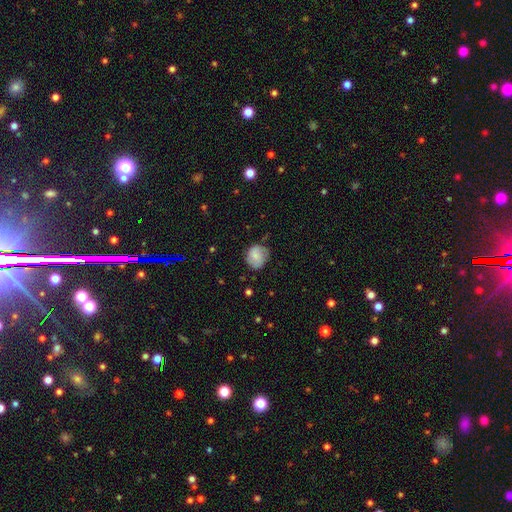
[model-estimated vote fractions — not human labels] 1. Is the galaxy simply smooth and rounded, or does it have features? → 72% smooth, 21% featured or disk, 8% star or artifact.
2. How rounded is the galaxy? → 79% round, 20% in between, 1% cigar-shaped.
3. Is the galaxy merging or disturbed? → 67% none, 26% minor disturbance, 6% major disturbance, 1% merger.